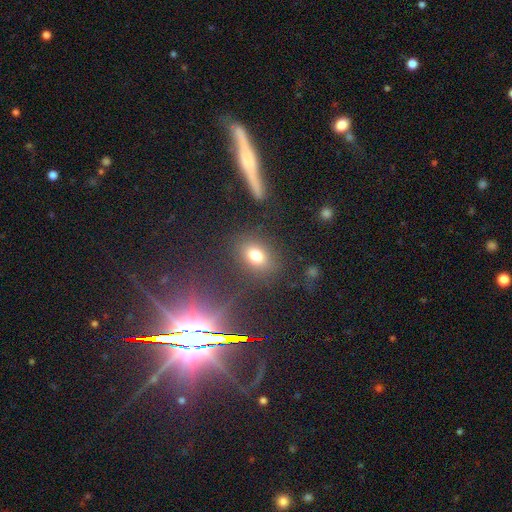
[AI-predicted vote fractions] Overall: smooth (75%). How rounded: in between (67%; round 30%). Merging: none (81%).